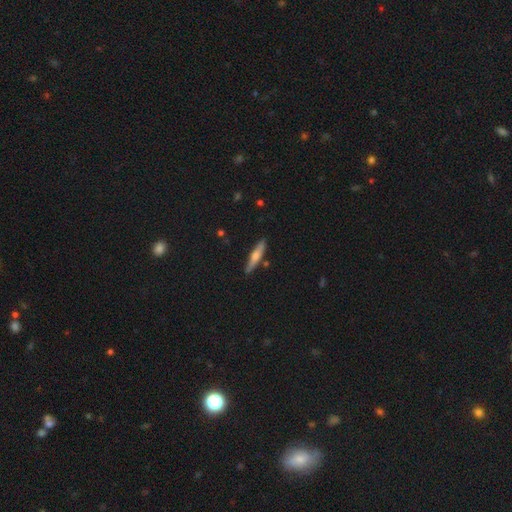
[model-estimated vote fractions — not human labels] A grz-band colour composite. It shows a featured or disk galaxy (47%). Merging: none (86%).